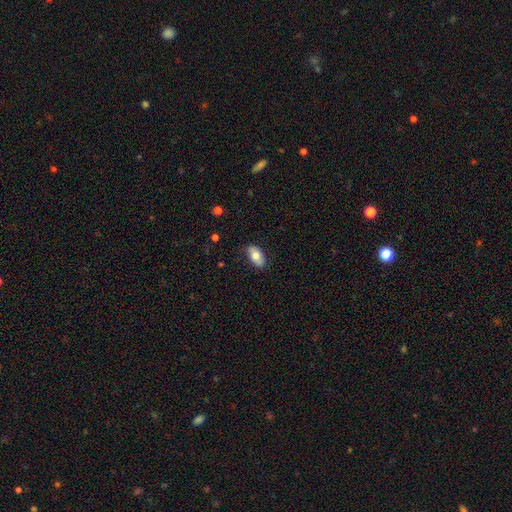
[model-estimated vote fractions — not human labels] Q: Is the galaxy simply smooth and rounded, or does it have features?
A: smooth — 74%.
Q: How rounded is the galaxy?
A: in between — 92%.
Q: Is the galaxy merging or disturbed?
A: none — 81%.